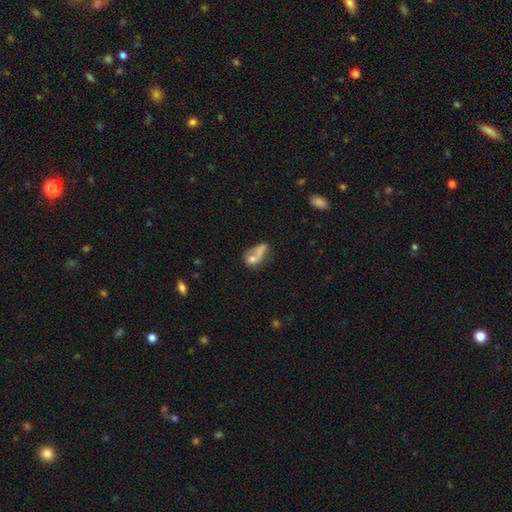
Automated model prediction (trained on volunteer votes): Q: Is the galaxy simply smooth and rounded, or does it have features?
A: smooth — 61%.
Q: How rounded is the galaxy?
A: in between — 74%.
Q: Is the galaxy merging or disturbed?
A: merger — 39%.